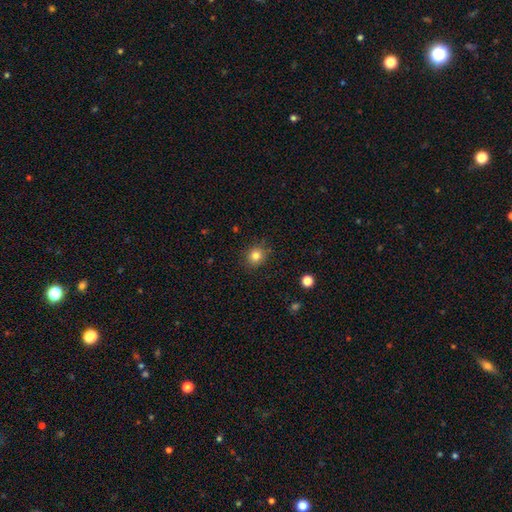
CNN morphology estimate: smooth-or-featured: smooth: 82% | star or artifact: 12% | featured or disk: 6%
  how-rounded: round: 78% | in between: 21% | cigar-shaped: 1%
  merging: none: 86% | minor disturbance: 10% | major disturbance: 3% | merger: 1%